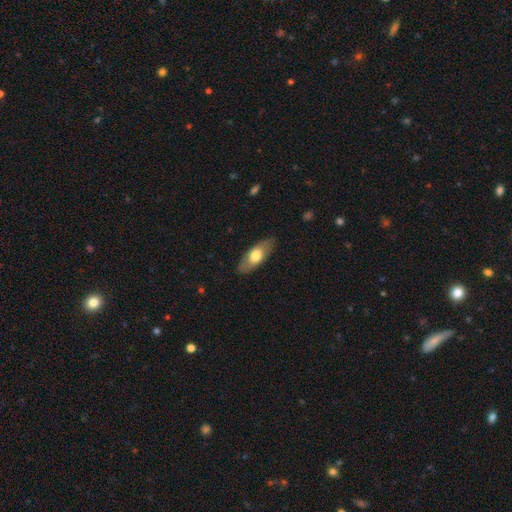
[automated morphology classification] smooth_or_featured: smooth (p=0.61) [alt: featured or disk p=0.34]
how_rounded: in between (p=0.82) [alt: cigar-shaped p=0.15]
merging: none (p=0.83) [alt: minor disturbance p=0.13]